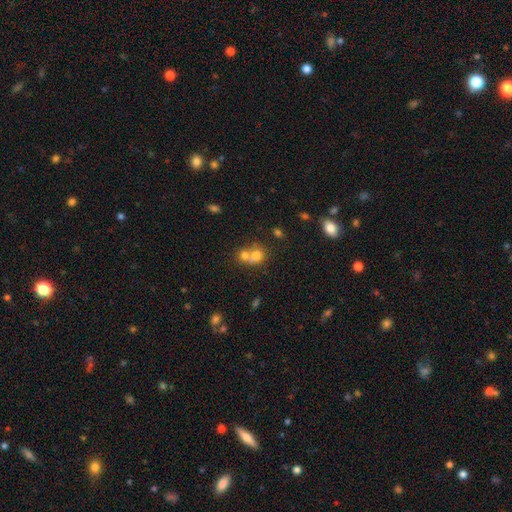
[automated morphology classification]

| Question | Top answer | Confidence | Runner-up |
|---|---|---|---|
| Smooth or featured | smooth | 70% | featured or disk (17%) |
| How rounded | round | 70% | in between (28%) |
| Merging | merger | 64% | none (27%) |